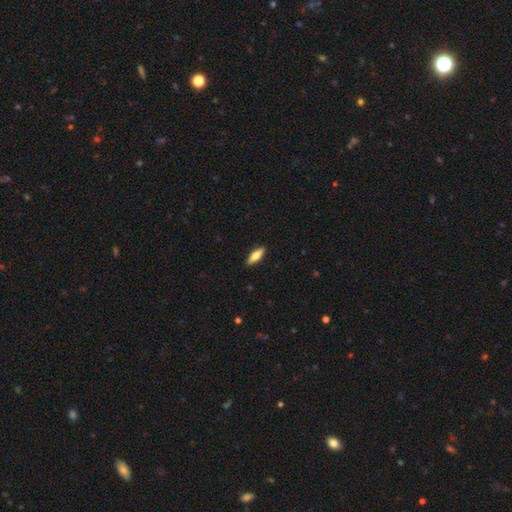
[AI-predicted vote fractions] A smooth galaxy with no disk features (70%) that is in between round and cigar-shaped (52%).

Vote fractions:
- Smooth or featured? smooth: 70% / featured or disk: 24% / star or artifact: 6%
- How rounded? in between: 52% / cigar-shaped: 46% / round: 2%
- Merging? none: 89% / minor disturbance: 8% / major disturbance: 2% / merger: 1%